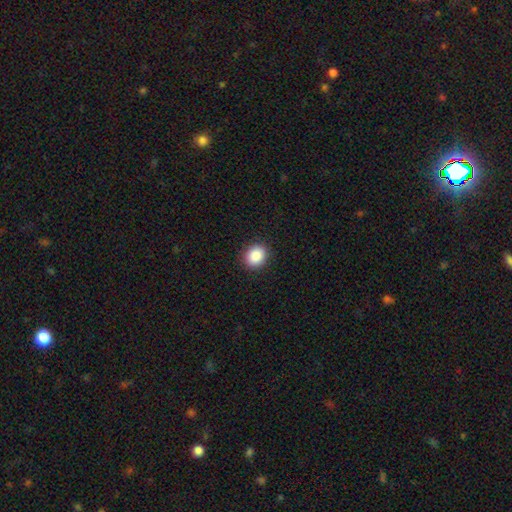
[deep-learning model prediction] A smooth galaxy with no disk features (88%) that is round (66%).

Vote fractions:
- Smooth or featured? smooth: 88% / star or artifact: 8% / featured or disk: 3%
- How rounded? round: 66% / in between: 33% / cigar-shaped: 1%
- Merging? none: 91% / minor disturbance: 6% / major disturbance: 2% / merger: 1%